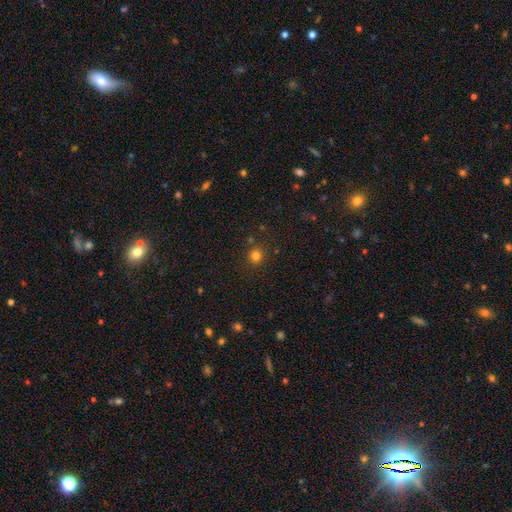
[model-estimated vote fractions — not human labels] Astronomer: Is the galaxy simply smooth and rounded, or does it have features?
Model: smooth — 79%.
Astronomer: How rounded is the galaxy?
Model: round — 91%.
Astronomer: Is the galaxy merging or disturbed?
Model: none — 87%.